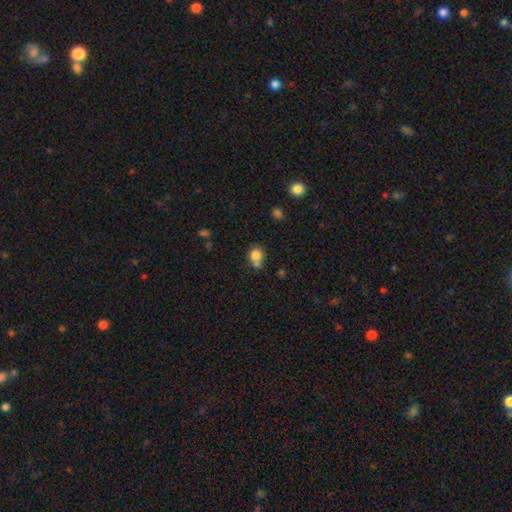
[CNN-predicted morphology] This appears to be a smooth galaxy with no disk features (80%) that is round (79%). Merging: none (48%).